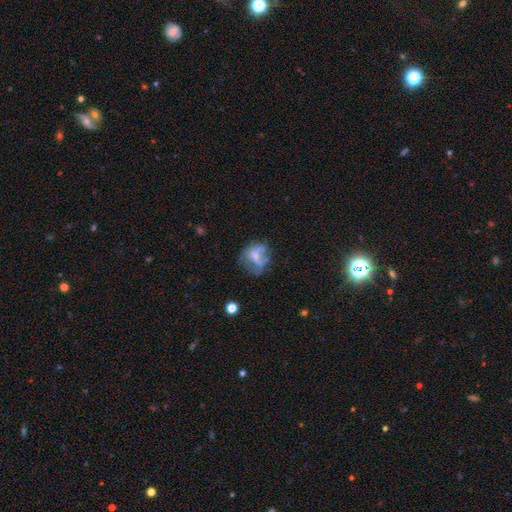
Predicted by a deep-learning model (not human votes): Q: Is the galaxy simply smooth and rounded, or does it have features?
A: featured or disk — 50%.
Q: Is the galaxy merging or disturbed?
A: major disturbance — 36%.